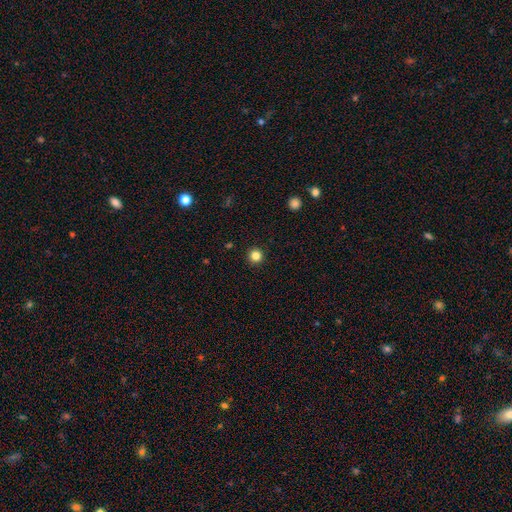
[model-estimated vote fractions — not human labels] smooth_or_featured: smooth (p=0.84) [alt: star or artifact p=0.12]
how_rounded: round (p=0.96) [alt: in between p=0.03]
merging: none (p=0.93) [alt: minor disturbance p=0.04]